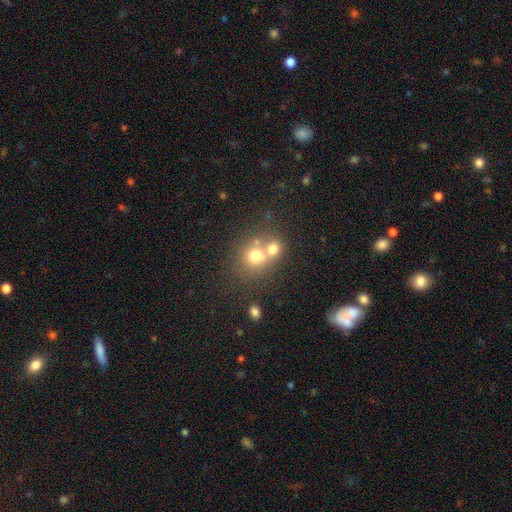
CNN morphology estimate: This appears to be a smooth galaxy with no disk features (69%) that is round (78%). Merging: merger (52%).